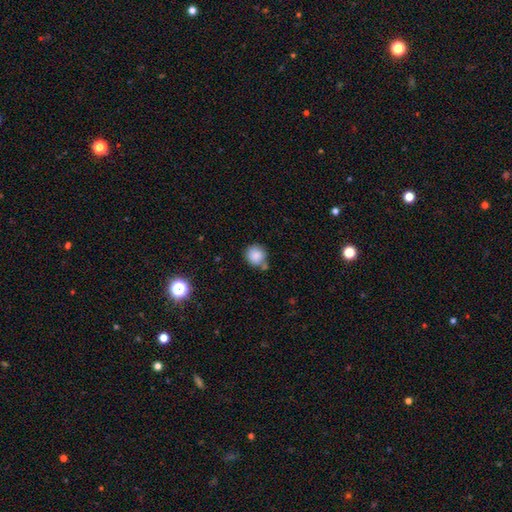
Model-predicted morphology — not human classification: Overall: smooth (85%). How rounded: round (88%). Merging: none (63%).